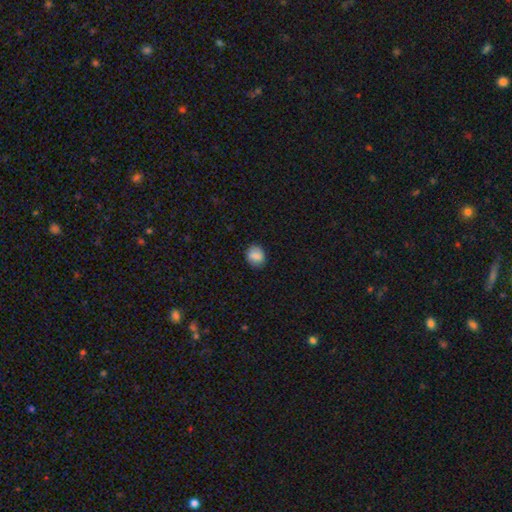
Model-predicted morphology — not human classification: This is clearly a smooth galaxy (84%). How rounded: likely round (64%). Merging: clearly none (85%).